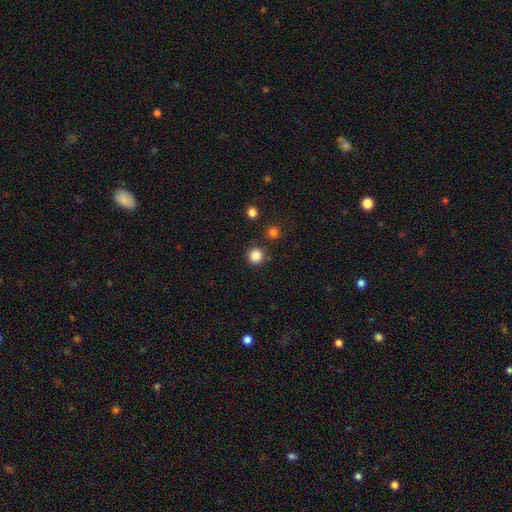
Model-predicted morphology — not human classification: The model was most divided on "smooth or featured": smooth: 85%, star or artifact: 12%, featured or disk: 3%. More confident: how rounded — round (95%); merging — none (86%).